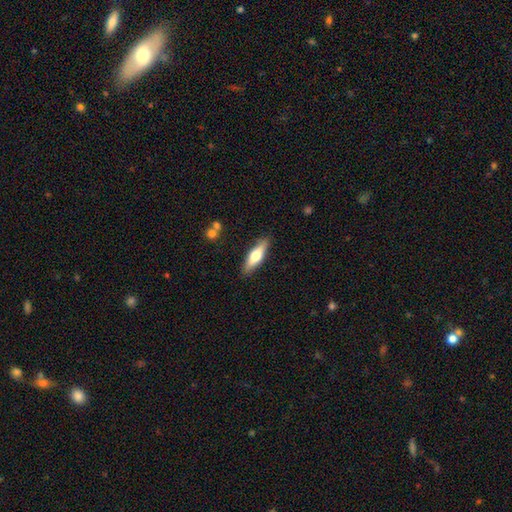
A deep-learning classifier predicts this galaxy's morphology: type=smooth (54%); roundness=cigar-shaped (59%); merging=none (87%).